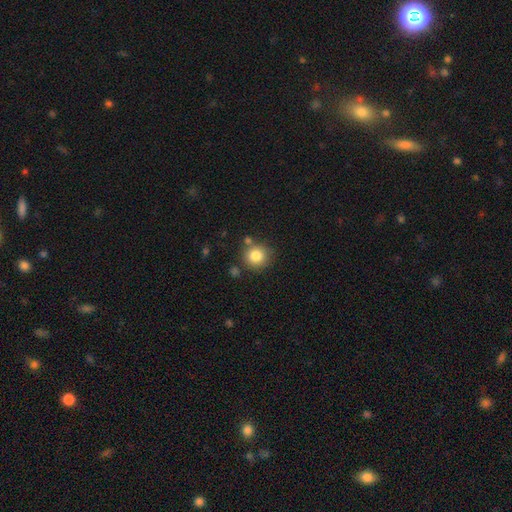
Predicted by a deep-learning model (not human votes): smooth 82%, star or artifact 11%, featured or disk 7%. Down the decision tree: how rounded — round (91%); merging — none (77%).